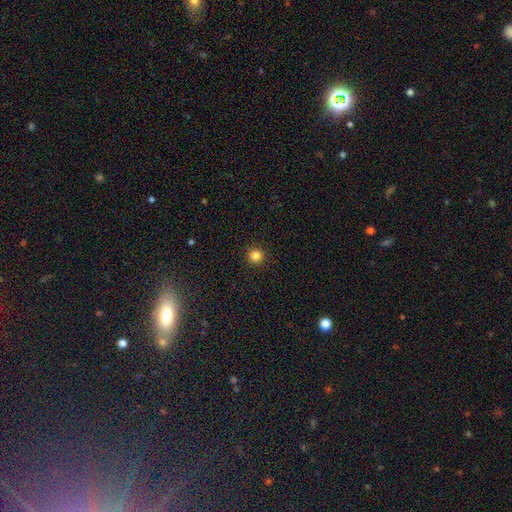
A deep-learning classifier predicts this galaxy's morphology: This is clearly a smooth galaxy (83%). How rounded: clearly round (95%). Merging: clearly none (93%).